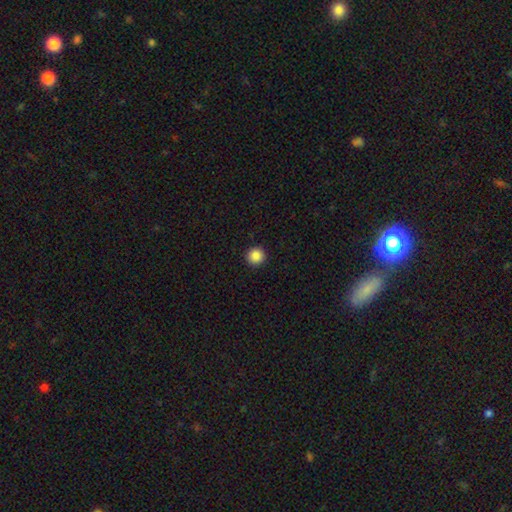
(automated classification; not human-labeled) Smooth or featured? Predicted: smooth (p=0.88). How rounded? Predicted: round (p=0.95). Merging? Predicted: none (p=0.93).